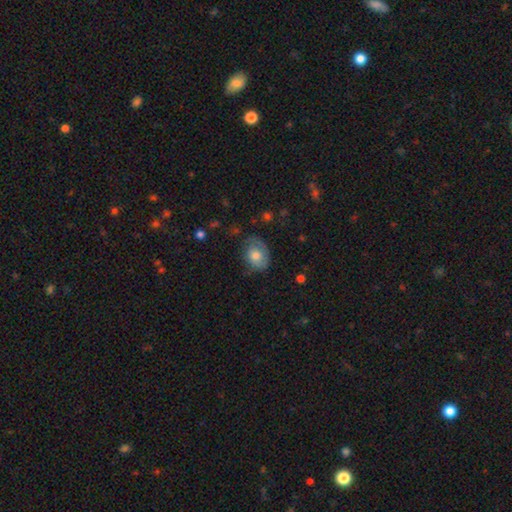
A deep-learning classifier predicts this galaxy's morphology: This appears to be a smooth galaxy with no disk features (64%) that is in between round and cigar-shaped (65%). Merging: none (58%).